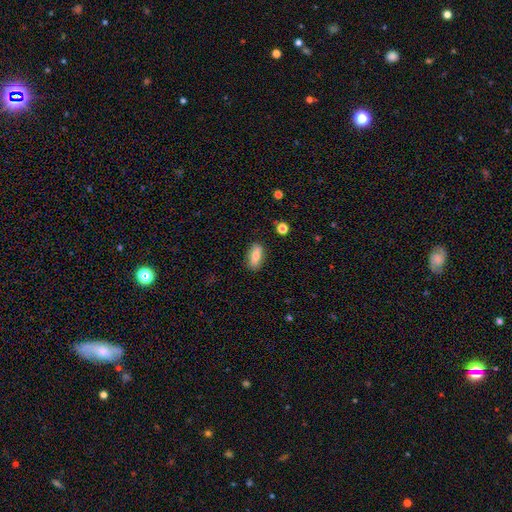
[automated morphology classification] The model was most divided on "smooth or featured": smooth: 78%, featured or disk: 15%, star or artifact: 7%. More confident: merging — none (85%); how rounded — in between (81%).